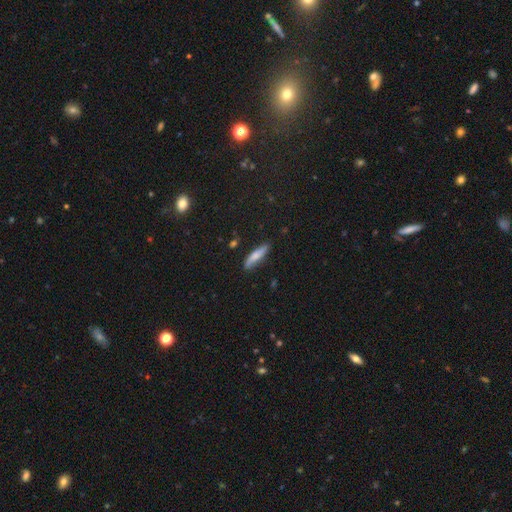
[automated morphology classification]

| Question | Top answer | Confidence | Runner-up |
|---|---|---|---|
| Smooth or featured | smooth | 67% | featured or disk (26%) |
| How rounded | cigar-shaped | 78% | in between (20%) |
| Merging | none | 79% | minor disturbance (16%) |